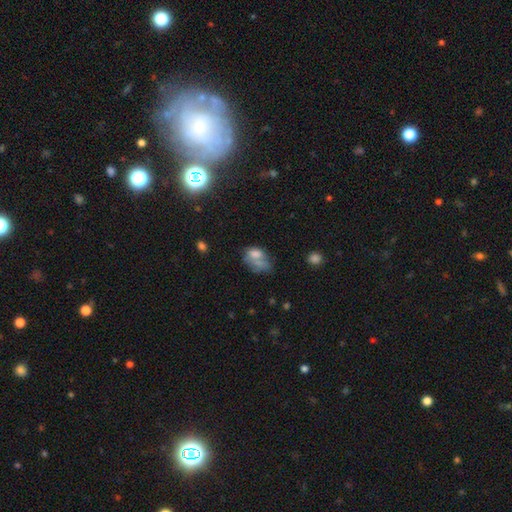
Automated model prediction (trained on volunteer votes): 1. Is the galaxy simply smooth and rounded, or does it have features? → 63% smooth, 24% featured or disk, 13% star or artifact.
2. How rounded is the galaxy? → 81% in between, 17% round, 2% cigar-shaped.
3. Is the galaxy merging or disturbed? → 31% merger, 26% none, 22% major disturbance, 21% minor disturbance.